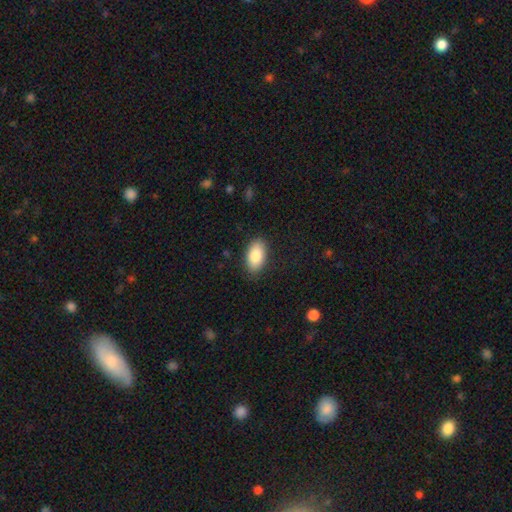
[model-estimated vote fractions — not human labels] Morphology: type=smooth (85%); roundness=in between (94%); merging=none (86%).